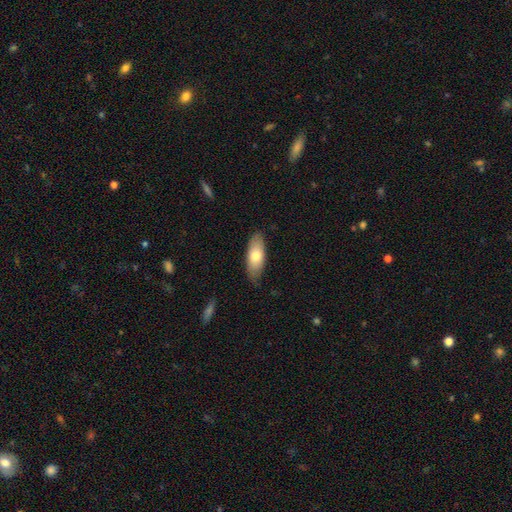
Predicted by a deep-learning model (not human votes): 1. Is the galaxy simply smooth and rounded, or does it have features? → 74% smooth, 21% featured or disk, 6% star or artifact.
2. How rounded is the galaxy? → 80% in between, 18% cigar-shaped, 2% round.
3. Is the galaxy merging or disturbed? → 79% none, 17% minor disturbance, 3% major disturbance, 1% merger.